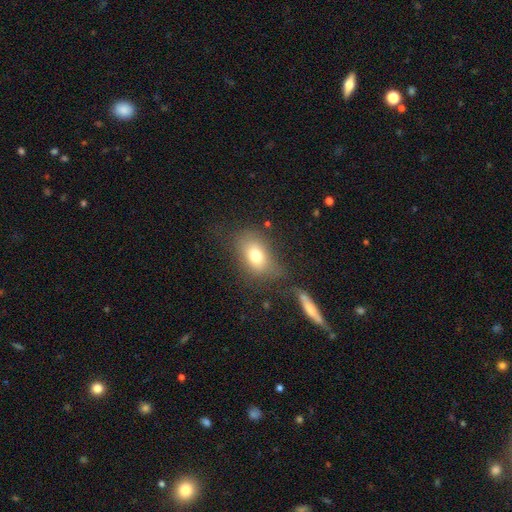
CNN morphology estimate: type=smooth (74%); roundness=in between (80%); merging=none (59%).